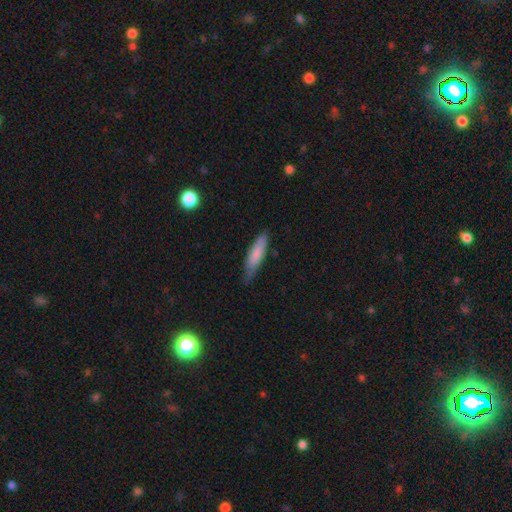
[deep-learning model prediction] smooth_or_featured: smooth (p=0.79) [alt: featured or disk p=0.15]
how_rounded: cigar-shaped (p=0.69) [alt: in between p=0.29]
merging: none (p=0.65) [alt: minor disturbance p=0.29]